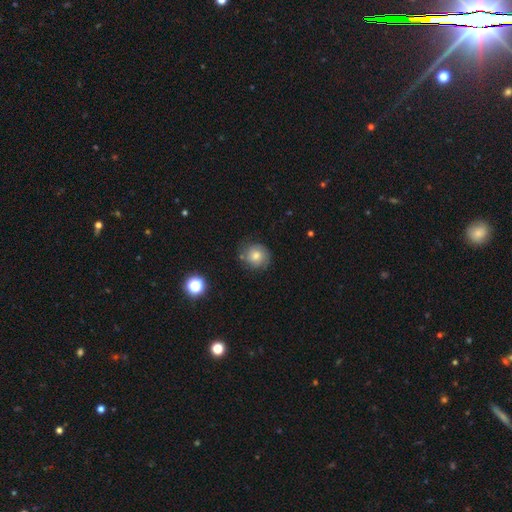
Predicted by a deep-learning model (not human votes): Overall: smooth (54%; featured or disk 34%). How rounded: round (85%). Merging: none (73%).